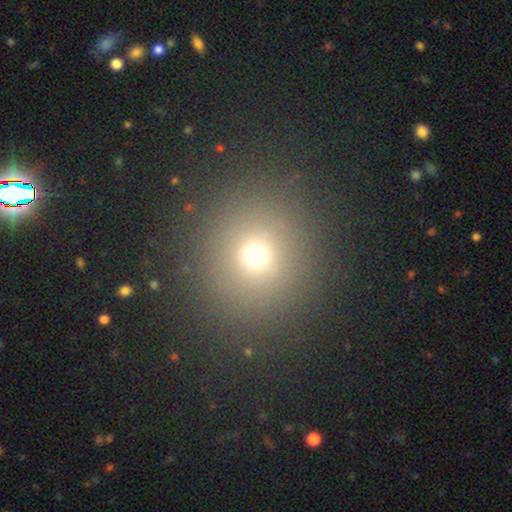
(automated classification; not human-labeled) smooth-or-featured: smooth: 68% | star or artifact: 22% | featured or disk: 10%
  how-rounded: round: 91% | in between: 8% | cigar-shaped: 1%
  merging: none: 87% | minor disturbance: 7% | major disturbance: 4% | merger: 2%